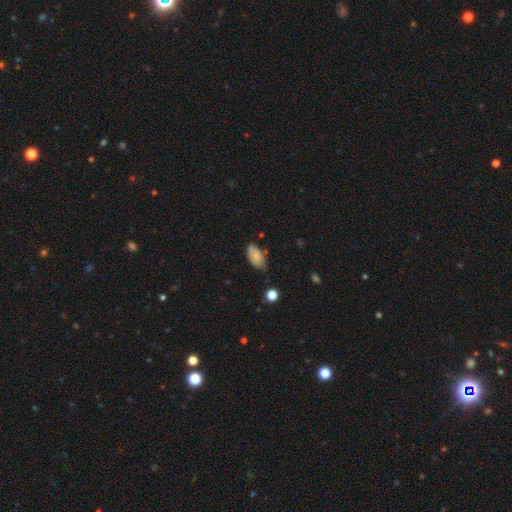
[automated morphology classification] Q: Smooth or featured?
A: smooth (80%); runner-up: featured or disk (12%)
Q: How rounded?
A: in between (93%); runner-up: cigar-shaped (4%)
Q: Merging?
A: none (63%); runner-up: minor disturbance (29%)